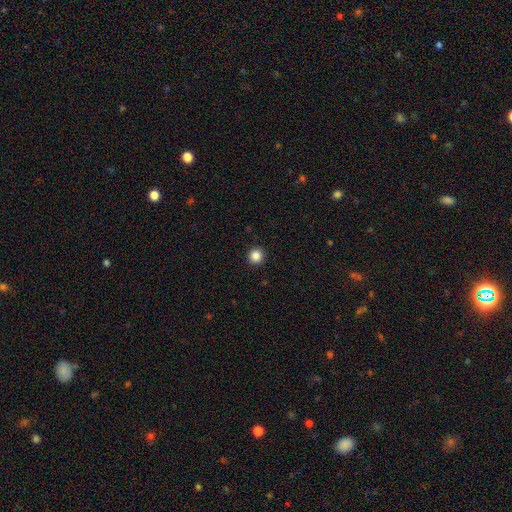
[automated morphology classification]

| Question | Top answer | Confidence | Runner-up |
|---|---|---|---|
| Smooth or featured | smooth | 86% | star or artifact (11%) |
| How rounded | round | 95% | in between (4%) |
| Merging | none | 93% | minor disturbance (4%) |